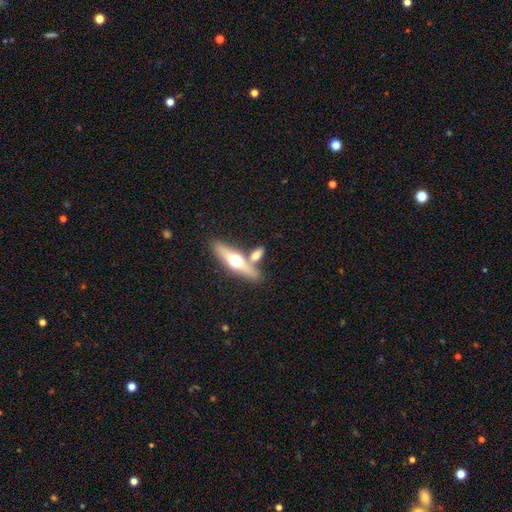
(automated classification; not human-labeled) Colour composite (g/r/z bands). It shows a featured or disk galaxy (52%) viewed edge-on (87%). Merging: none (59%).